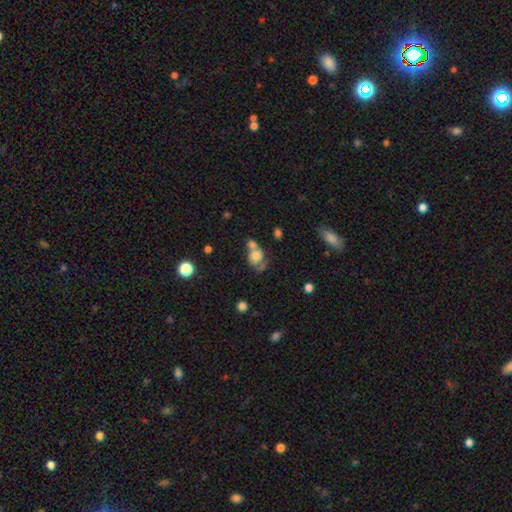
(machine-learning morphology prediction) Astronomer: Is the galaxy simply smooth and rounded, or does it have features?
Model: smooth — 65%.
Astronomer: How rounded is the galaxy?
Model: round — 56% (runner-up: in between, 43%).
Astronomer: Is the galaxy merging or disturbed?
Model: merger — 45% (runner-up: none, 27%).